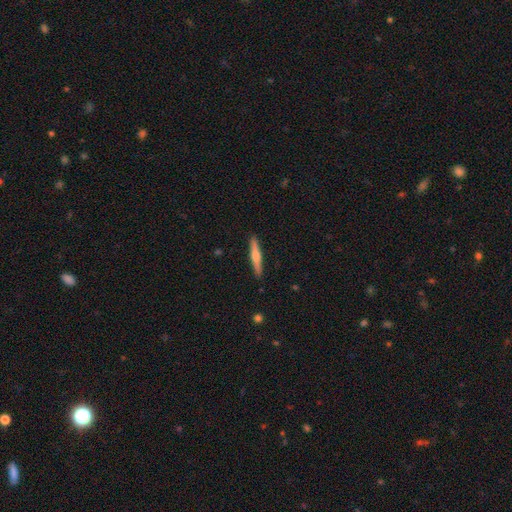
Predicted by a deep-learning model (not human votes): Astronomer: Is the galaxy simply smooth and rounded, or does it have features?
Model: featured or disk — 48% (runner-up: smooth, 46%).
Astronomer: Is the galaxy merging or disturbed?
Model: none — 90%.